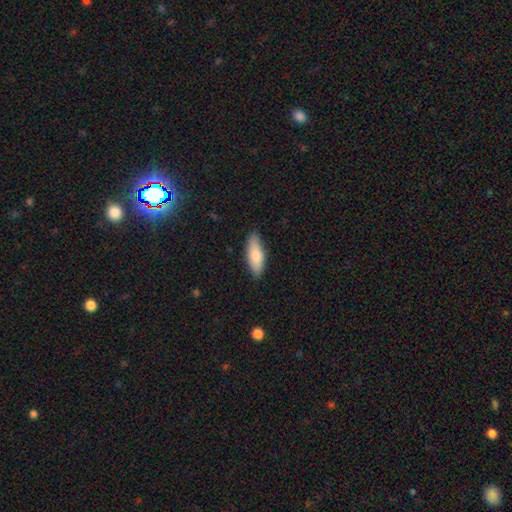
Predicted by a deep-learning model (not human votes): smooth_or_featured: smooth (p=0.76) [alt: featured or disk p=0.18]
how_rounded: in between (p=0.66) [alt: cigar-shaped p=0.32]
merging: none (p=0.84) [alt: minor disturbance p=0.12]